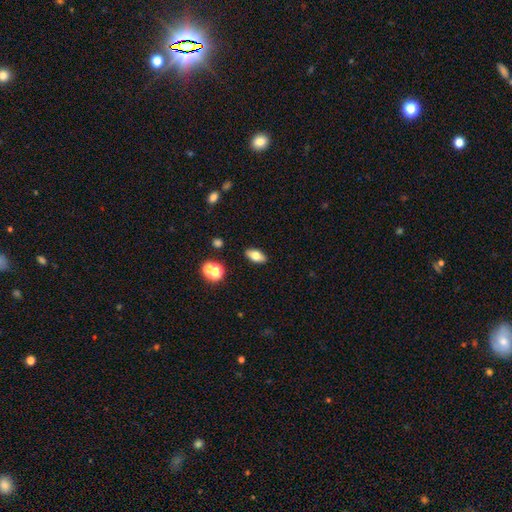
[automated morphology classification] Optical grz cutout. It shows a smooth galaxy with no disk features (68%) that is in between round and cigar-shaped (84%). Merging: none (87%).